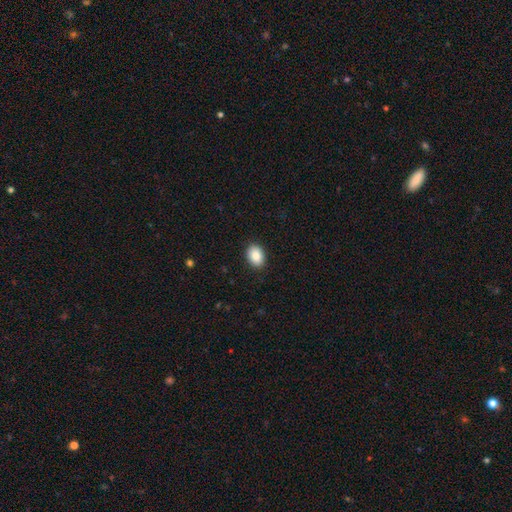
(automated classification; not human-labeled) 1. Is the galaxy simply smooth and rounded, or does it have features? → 87% smooth, 8% star or artifact, 6% featured or disk.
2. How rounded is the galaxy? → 76% in between, 23% round, 1% cigar-shaped.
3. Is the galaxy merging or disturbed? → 90% none, 7% minor disturbance, 2% major disturbance, 1% merger.